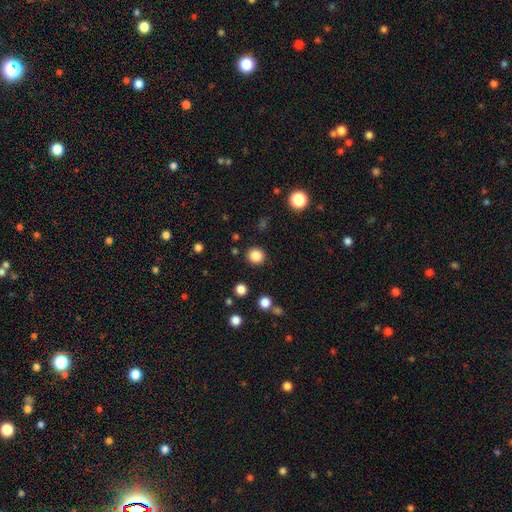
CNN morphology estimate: Q: Smooth or featured?
A: smooth (86%); runner-up: star or artifact (11%)
Q: How rounded?
A: round (92%); runner-up: in between (7%)
Q: Merging?
A: none (91%); runner-up: minor disturbance (5%)